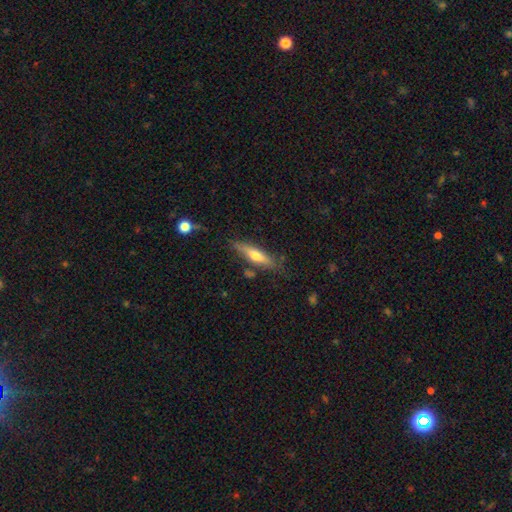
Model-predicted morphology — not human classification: Overall: smooth (54%; featured or disk 39%). How rounded: cigar-shaped (71%). Merging: none (74%).